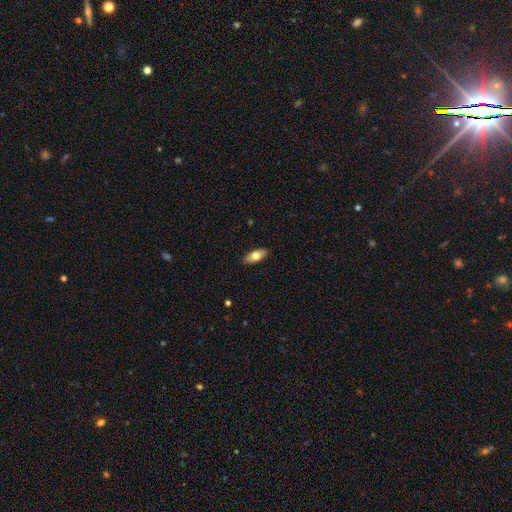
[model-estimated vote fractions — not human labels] A smooth galaxy with no disk features (73%) that is in between round and cigar-shaped (84%).

Vote fractions:
- Smooth or featured? smooth: 73% / featured or disk: 21% / star or artifact: 6%
- How rounded? in between: 84% / cigar-shaped: 13% / round: 3%
- Merging? none: 89% / minor disturbance: 8% / major disturbance: 2% / merger: 1%